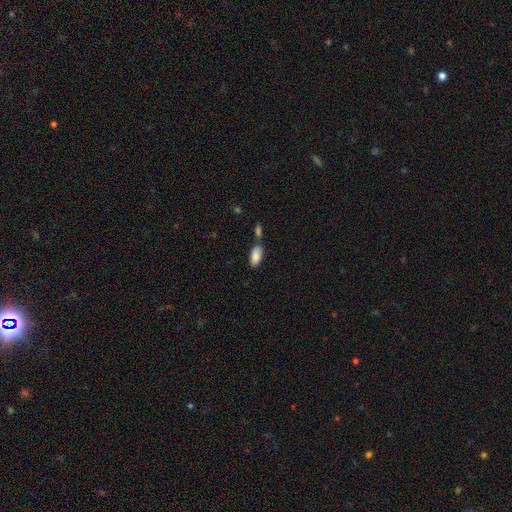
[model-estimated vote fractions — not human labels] smooth 86%, featured or disk 7%, star or artifact 6%. Down the decision tree: how rounded — in between (90%); merging — none (63%).